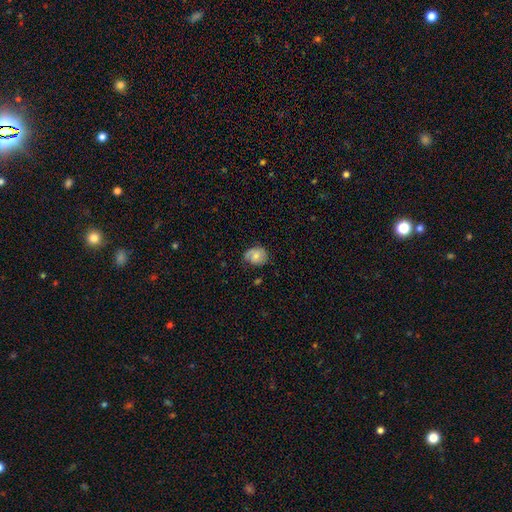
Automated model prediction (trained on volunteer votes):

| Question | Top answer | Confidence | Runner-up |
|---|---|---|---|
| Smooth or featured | smooth | 59% | featured or disk (33%) |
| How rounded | round | 59% | in between (40%) |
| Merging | none | 58% | minor disturbance (30%) |